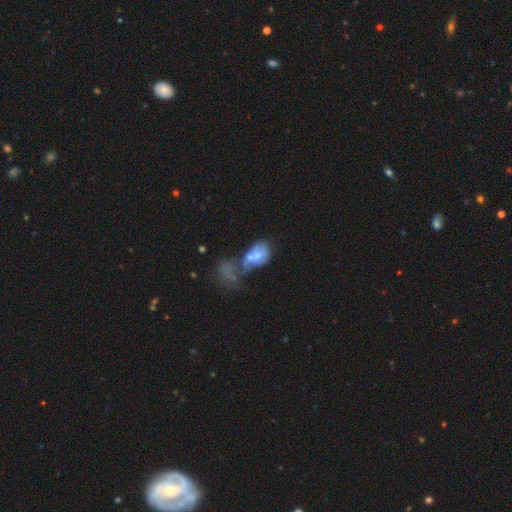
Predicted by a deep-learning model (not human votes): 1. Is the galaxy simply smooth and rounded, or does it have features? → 51% smooth, 40% featured or disk, 9% star or artifact.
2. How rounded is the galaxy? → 78% in between, 20% round, 2% cigar-shaped.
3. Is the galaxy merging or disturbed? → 56% merger, 24% major disturbance, 11% none, 10% minor disturbance.